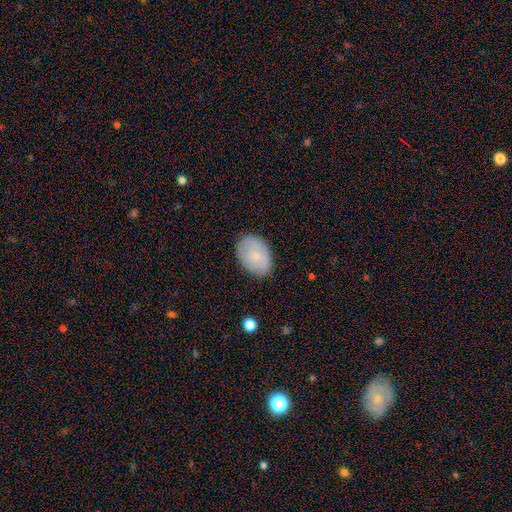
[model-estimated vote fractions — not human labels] Smooth or featured? Predicted: smooth (p=0.70). How rounded? Predicted: in between (p=0.82). Merging? Predicted: none (p=0.80).